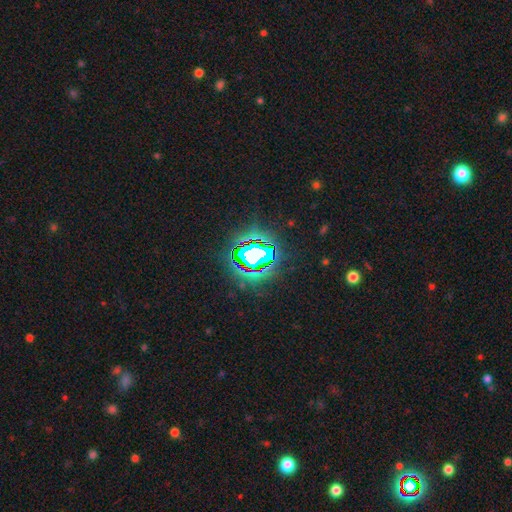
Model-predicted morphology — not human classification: A star or artifact, not a galaxy (73%).